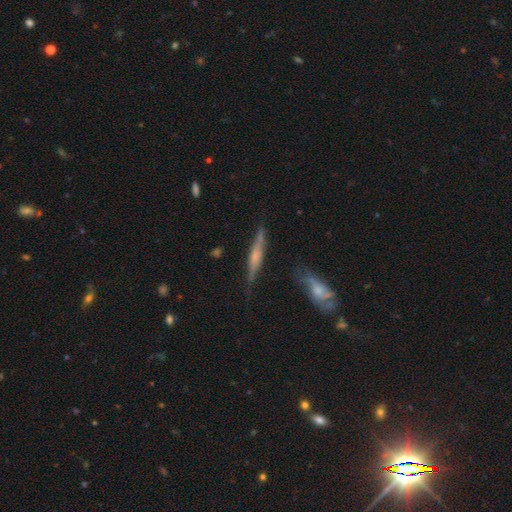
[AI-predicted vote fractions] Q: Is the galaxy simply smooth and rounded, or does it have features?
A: featured or disk — 57%.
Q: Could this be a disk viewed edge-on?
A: yes — 94%.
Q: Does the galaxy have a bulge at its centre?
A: rounded — 53%.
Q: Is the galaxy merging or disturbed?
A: none — 79%.